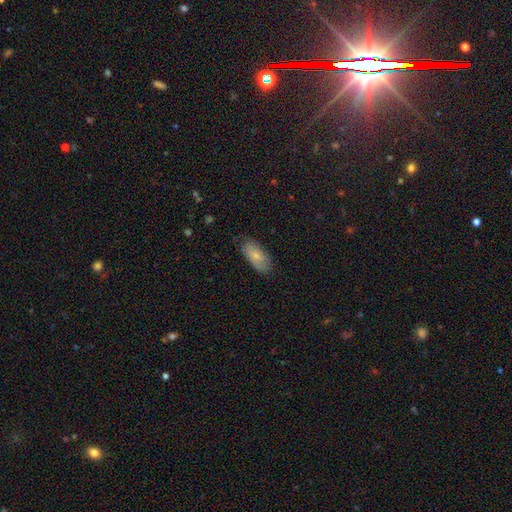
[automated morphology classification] A smooth galaxy with no disk features (71%) that is in between round and cigar-shaped (89%).

Vote fractions:
- Smooth or featured? smooth: 71% / featured or disk: 22% / star or artifact: 7%
- How rounded? in between: 89% / cigar-shaped: 8% / round: 3%
- Merging? none: 79% / minor disturbance: 17% / major disturbance: 3% / merger: 1%